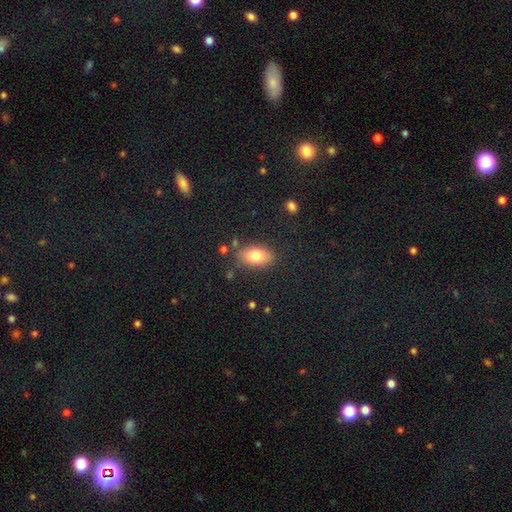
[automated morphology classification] Overall: smooth (79%). How rounded: in between (88%). Merging: none (81%).